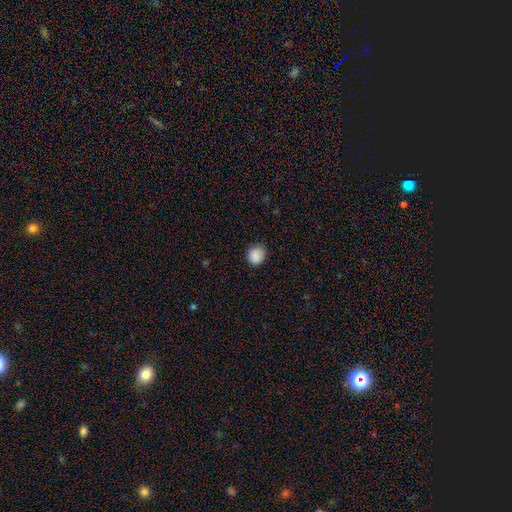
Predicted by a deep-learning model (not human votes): smooth-or-featured: smooth: 89% | star or artifact: 8% | featured or disk: 3%
  how-rounded: round: 84% | in between: 15% | cigar-shaped: 1%
  merging: none: 84% | minor disturbance: 12% | major disturbance: 3% | merger: 1%